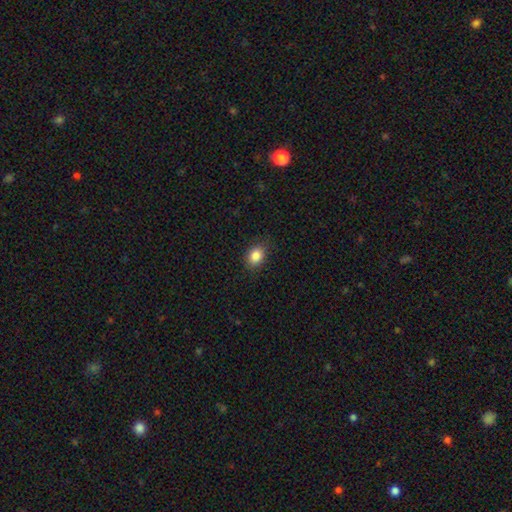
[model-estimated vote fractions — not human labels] Overall: smooth (85%). How rounded: in between (63%; round 36%). Merging: none (83%).